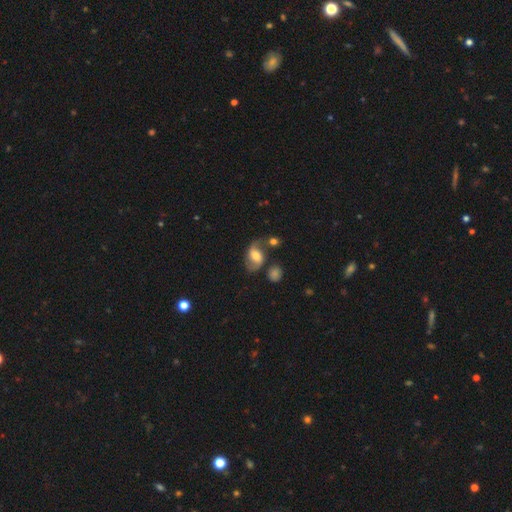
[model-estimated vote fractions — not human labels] smooth-or-featured: featured or disk: 63% | smooth: 29% | star or artifact: 8%
  disk-edge-on: no: 96% | yes: 4%
    bar: weak: 44% | no: 36% | strong: 20%
    has-spiral-arms: yes: 87% | no: 13%
      spiral-winding: loose: 56% | medium: 34% | tight: 10%
      spiral-arm-count: 2: 89% | can't tell: 5% | 1: 3% | 3: 1% | 4: 1% | more than 4: 1%
    bulge-size: moderate: 60% | large: 19% | small: 16% | none: 3% | dominant: 2%
  merging: none: 59% | minor disturbance: 20% | merger: 11% | major disturbance: 10%